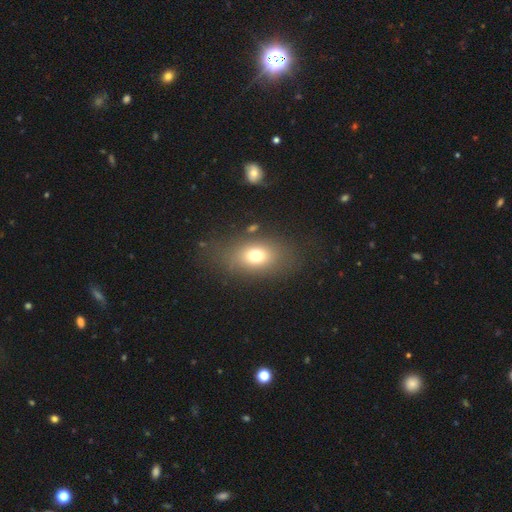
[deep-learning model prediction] This appears to be a smooth galaxy with no disk features (71%) that is in between round and cigar-shaped (71%). Merging: none (76%).